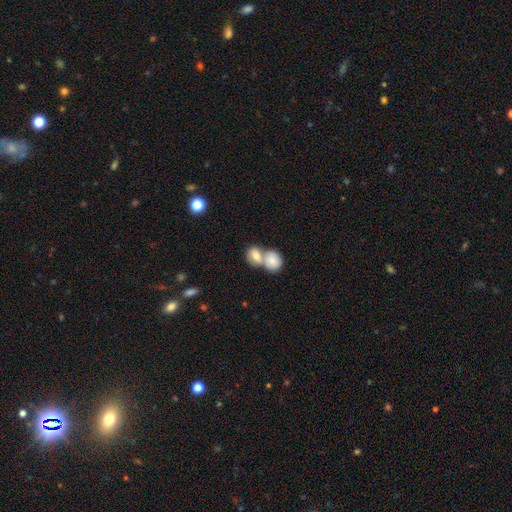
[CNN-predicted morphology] Q: Smooth or featured?
A: smooth (77%); runner-up: featured or disk (16%)
Q: How rounded?
A: in between (56%); runner-up: round (42%)
Q: Merging?
A: merger (71%); runner-up: none (20%)